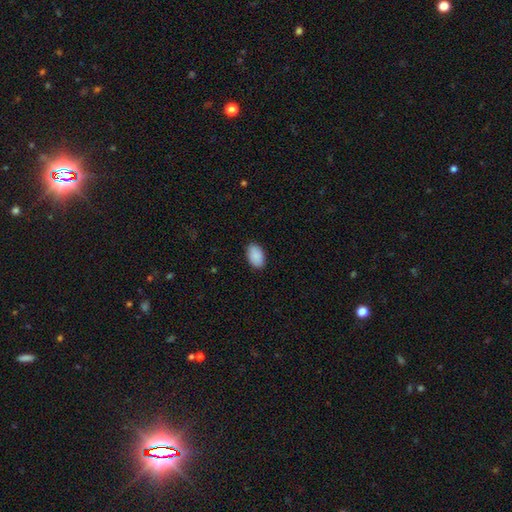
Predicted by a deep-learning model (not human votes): Smooth or featured? smooth (91%)
How rounded? in between (93%)
Merging? none (88%)